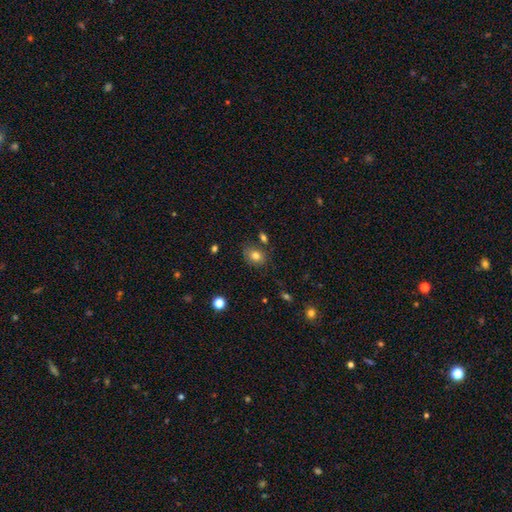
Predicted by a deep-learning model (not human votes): smooth 78%, star or artifact 11%, featured or disk 10%. Down the decision tree: how rounded — in between (58%); merging — none (73%).